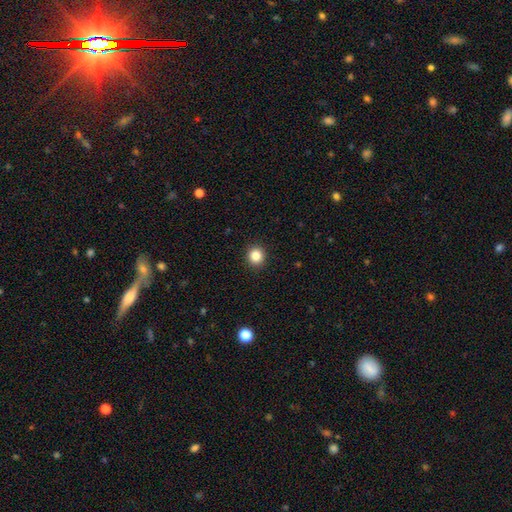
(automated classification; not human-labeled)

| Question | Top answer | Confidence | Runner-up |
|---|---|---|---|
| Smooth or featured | smooth | 85% | star or artifact (11%) |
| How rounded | round | 91% | in between (8%) |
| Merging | none | 93% | minor disturbance (5%) |